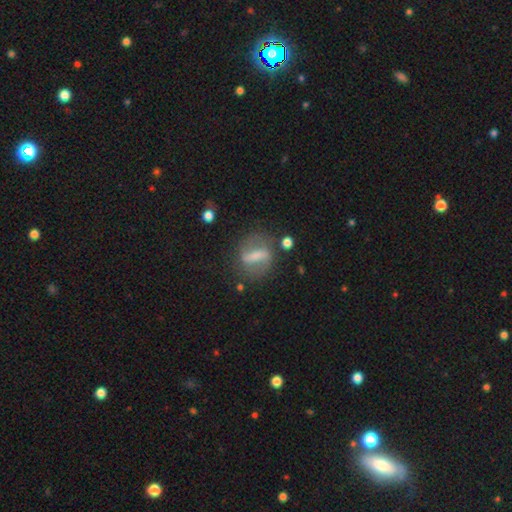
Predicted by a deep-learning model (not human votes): Smooth or featured?
  - featured or disk: 58% *
  - smooth: 32%
  - star or artifact: 9%
Edge-on disk?
  - no: 86% *
  - yes: 14%
Bar?
  - strong: 68% *
  - weak: 22%
  - no: 10%
Spiral arms?
  - no: 51% *
  - yes: 49%
Bulge size?
  - none: 38% *
  - small: 29%
  - moderate: 24%
  - large: 7%
  - dominant: 2%
Merging?
  - none: 70% *
  - minor disturbance: 16%
  - major disturbance: 10%
  - merger: 4%